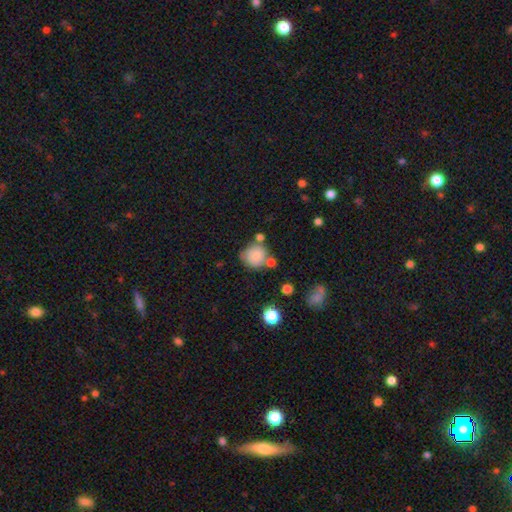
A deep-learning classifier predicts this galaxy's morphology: Q: Smooth or featured?
A: smooth (80%); runner-up: featured or disk (10%)
Q: How rounded?
A: round (85%); runner-up: in between (14%)
Q: Merging?
A: none (57%); runner-up: minor disturbance (19%)